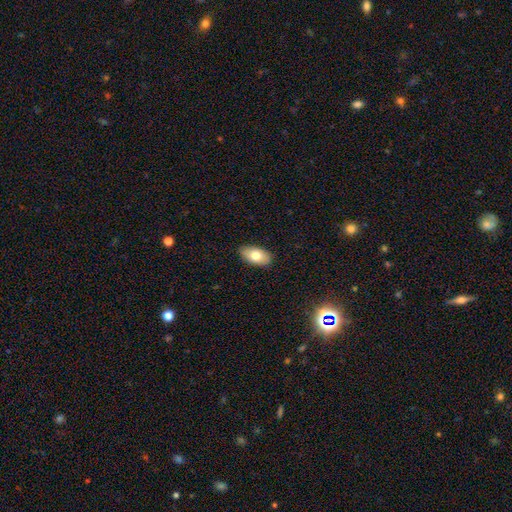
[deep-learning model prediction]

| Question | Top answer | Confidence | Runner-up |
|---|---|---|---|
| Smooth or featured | smooth | 76% | featured or disk (16%) |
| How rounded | in between | 93% | round (5%) |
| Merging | none | 87% | minor disturbance (10%) |